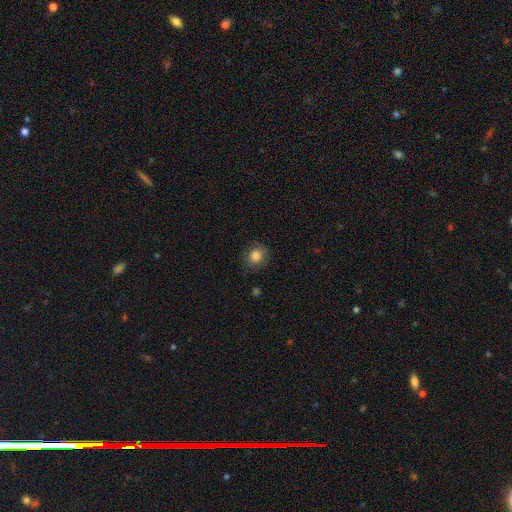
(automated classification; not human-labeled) The model was most divided on "how rounded": round: 82%, in between: 17%, cigar-shaped: 1%. More confident: merging — none (83%); smooth or featured — smooth (81%).